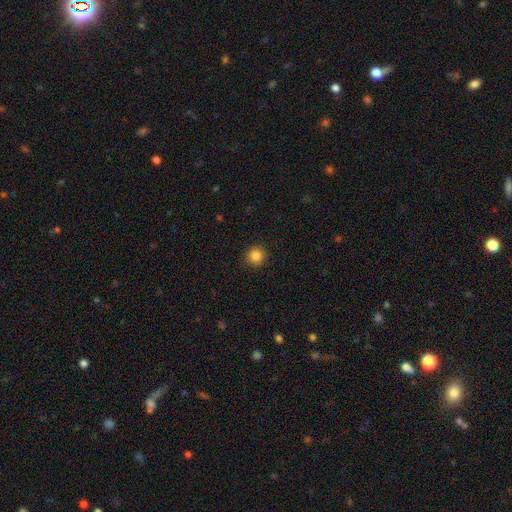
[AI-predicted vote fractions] The model was most divided on "smooth or featured": smooth: 85%, star or artifact: 11%, featured or disk: 4%. More confident: how rounded — round (95%); merging — none (92%).